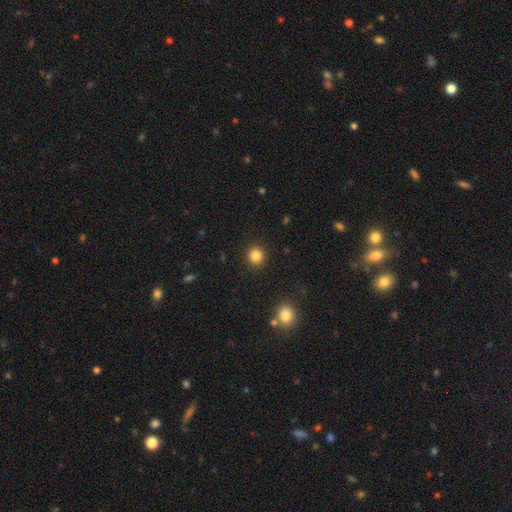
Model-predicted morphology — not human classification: This is clearly a smooth galaxy (86%). How rounded: clearly round (88%). Merging: clearly none (91%).